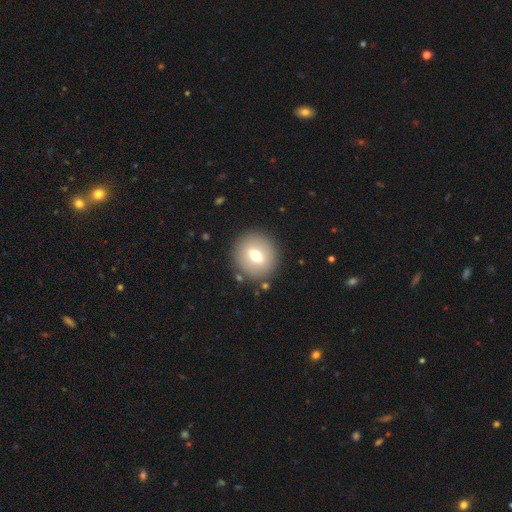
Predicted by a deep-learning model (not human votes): This is likely a smooth galaxy (64%). How rounded: clearly round (86%). Merging: clearly none (87%).